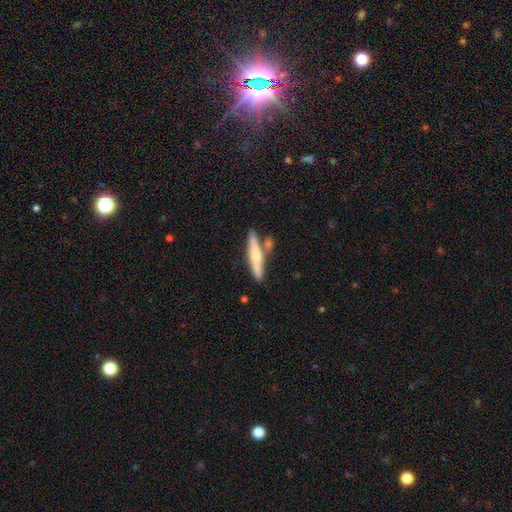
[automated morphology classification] smooth-or-featured: smooth: 53% | featured or disk: 42% | star or artifact: 5%
  how-rounded: cigar-shaped: 90% | in between: 8% | round: 2%
  merging: none: 70% | merger: 14% | minor disturbance: 13% | major disturbance: 3%